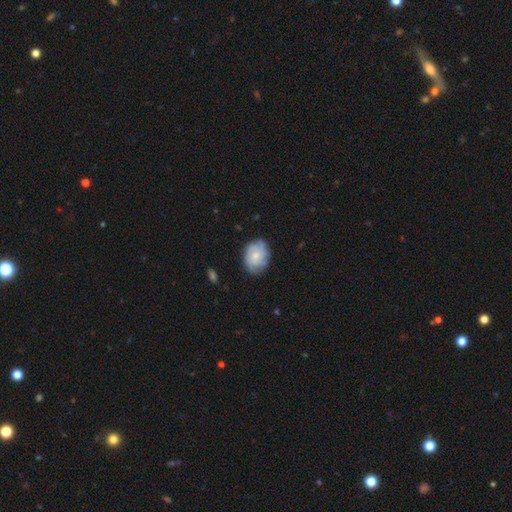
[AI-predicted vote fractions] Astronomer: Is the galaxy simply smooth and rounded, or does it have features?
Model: featured or disk — 48% (runner-up: smooth, 45%).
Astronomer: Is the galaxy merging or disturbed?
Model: none — 73%.